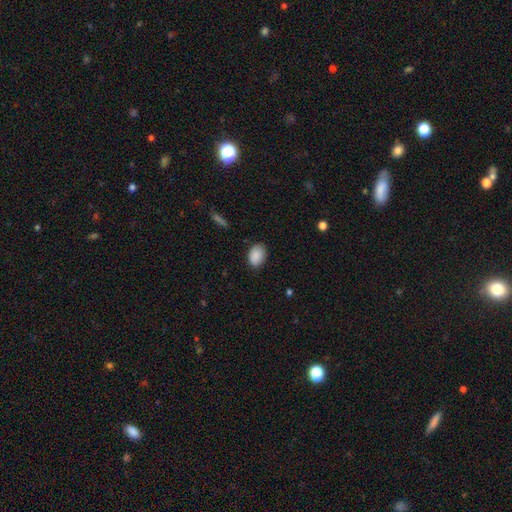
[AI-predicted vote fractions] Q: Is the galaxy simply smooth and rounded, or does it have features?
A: smooth — 89%.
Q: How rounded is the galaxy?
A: in between — 77%.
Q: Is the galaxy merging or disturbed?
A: none — 80%.